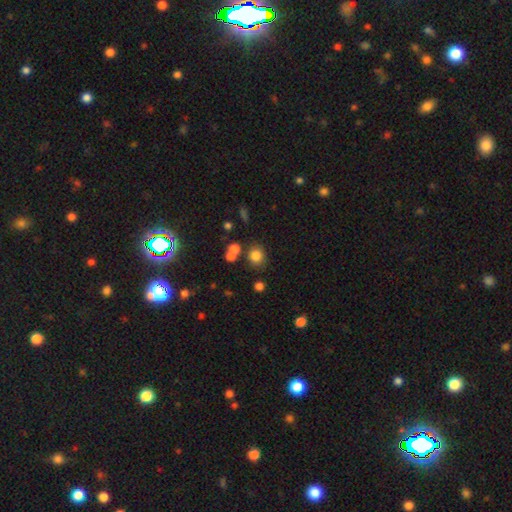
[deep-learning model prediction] Smooth or featured?
  - smooth: 79% *
  - star or artifact: 14%
  - featured or disk: 7%
How rounded?
  - round: 77% *
  - in between: 22%
  - cigar-shaped: 1%
Merging?
  - none: 74% *
  - merger: 12%
  - minor disturbance: 10%
  - major disturbance: 4%